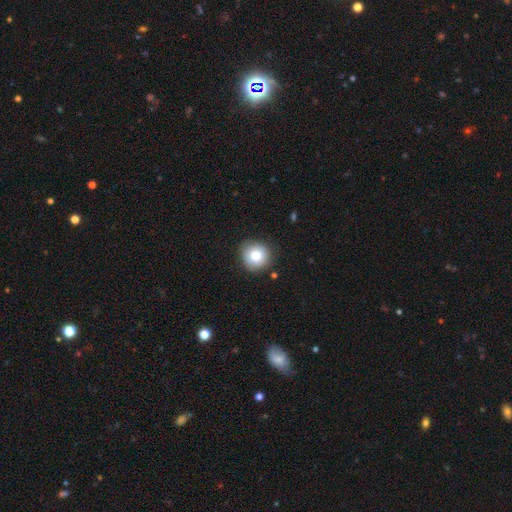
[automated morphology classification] Overall: smooth (79%). How rounded: round (93%). Merging: none (88%).